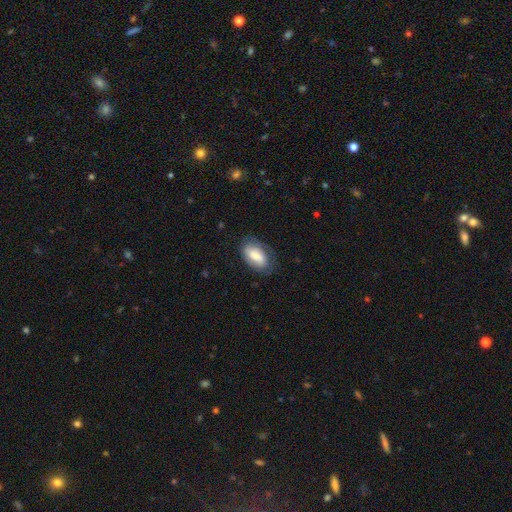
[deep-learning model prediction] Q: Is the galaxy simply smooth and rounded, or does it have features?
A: smooth — 66%.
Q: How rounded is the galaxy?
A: in between — 92%.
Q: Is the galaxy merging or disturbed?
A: none — 71%.